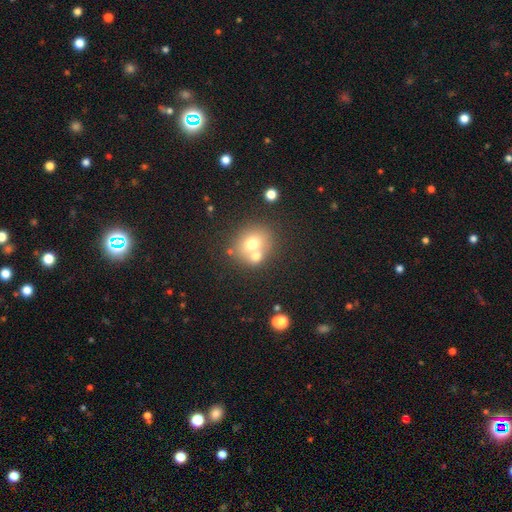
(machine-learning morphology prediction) The model was most divided on "merging": none: 44%, merger: 43%, minor disturbance: 9%, major disturbance: 4%. More confident: how rounded — round (72%); smooth or featured — smooth (68%).